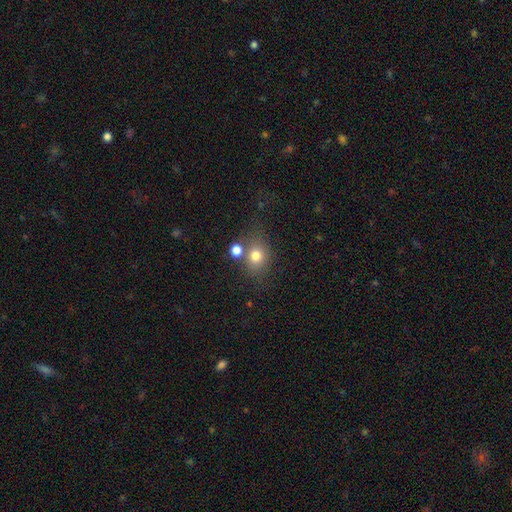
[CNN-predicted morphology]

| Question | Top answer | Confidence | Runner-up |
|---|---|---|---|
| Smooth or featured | smooth | 77% | star or artifact (13%) |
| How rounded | round | 62% | in between (37%) |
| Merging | none | 59% | merger (22%) |